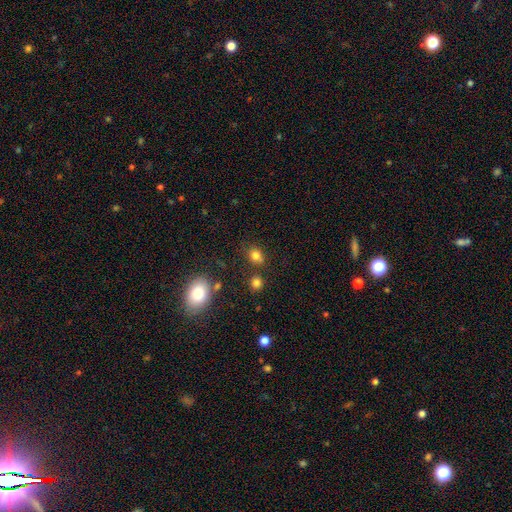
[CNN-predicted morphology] Smooth or featured? Predicted: smooth (p=0.79). How rounded? Predicted: round (p=0.55). Merging? Predicted: none (p=0.73).